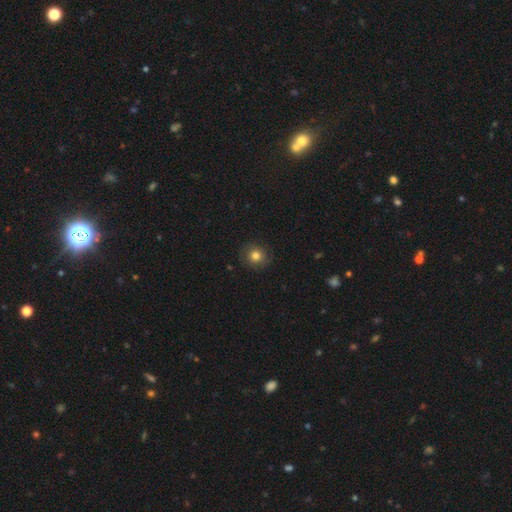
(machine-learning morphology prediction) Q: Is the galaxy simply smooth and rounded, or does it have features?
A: smooth — 77%.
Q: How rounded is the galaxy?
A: round — 85%.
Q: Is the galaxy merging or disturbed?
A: none — 85%.